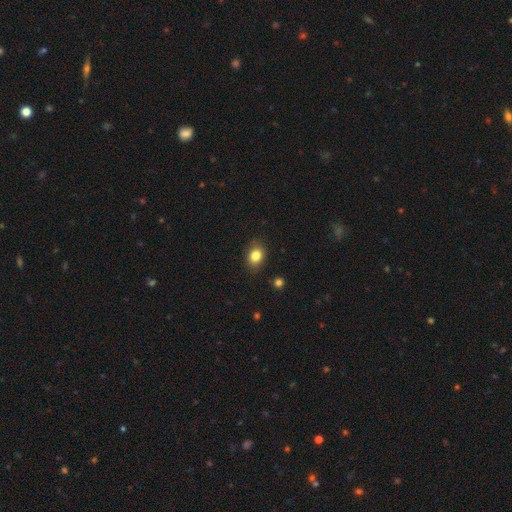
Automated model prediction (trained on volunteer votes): Q: Smooth or featured?
A: smooth (83%); runner-up: star or artifact (10%)
Q: How rounded?
A: in between (59%); runner-up: round (40%)
Q: Merging?
A: none (85%); runner-up: minor disturbance (12%)